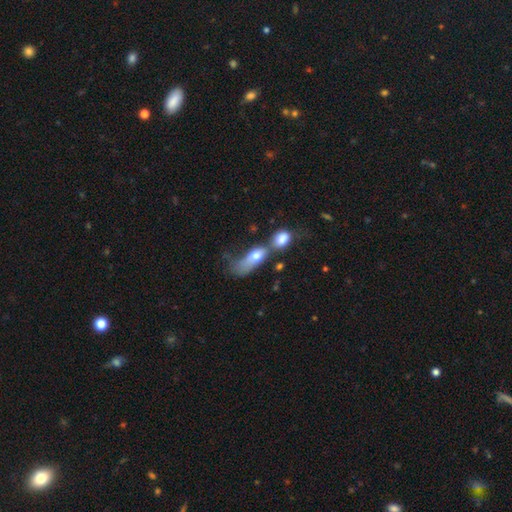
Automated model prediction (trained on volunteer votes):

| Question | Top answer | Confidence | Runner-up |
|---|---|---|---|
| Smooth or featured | smooth | 69% | featured or disk (23%) |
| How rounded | in between | 73% | cigar-shaped (19%) |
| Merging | merger | 60% | major disturbance (18%) |